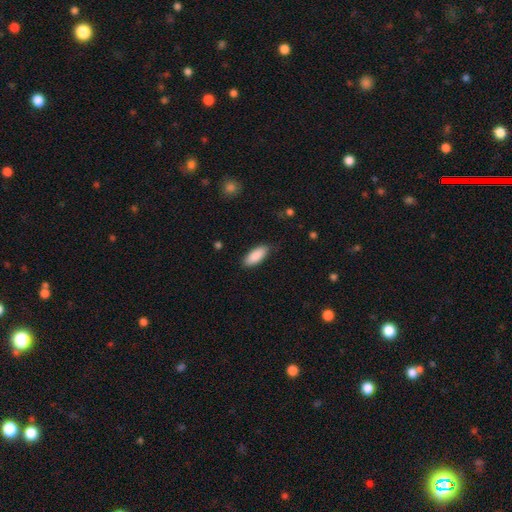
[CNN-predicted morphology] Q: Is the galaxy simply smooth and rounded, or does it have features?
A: smooth — 89%.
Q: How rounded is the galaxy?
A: in between — 82%.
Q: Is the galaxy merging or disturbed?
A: none — 84%.